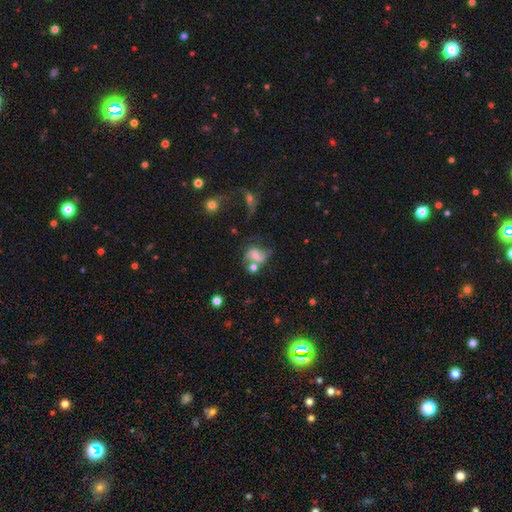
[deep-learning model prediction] Smooth or featured? featured or disk (67%)
Edge-on disk? no (97%)
Bar? no (45%)
Spiral arms? yes (86%)
Spiral winding? medium (48%)
Spiral arm count? 2 (82%)
Bulge size? moderate (49%)
Merging? none (45%)